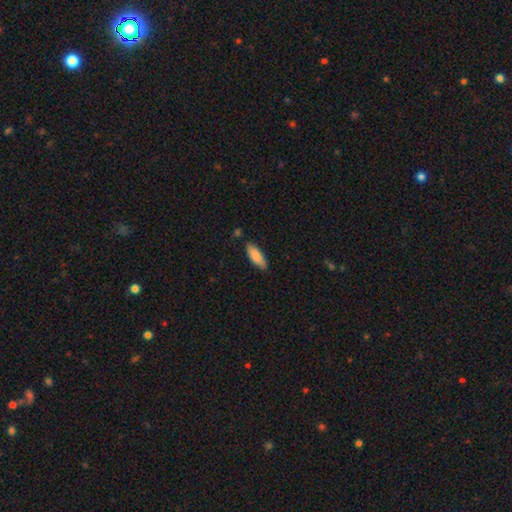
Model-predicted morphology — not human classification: type=smooth (87%); roundness=in between (67%); merging=none (79%).